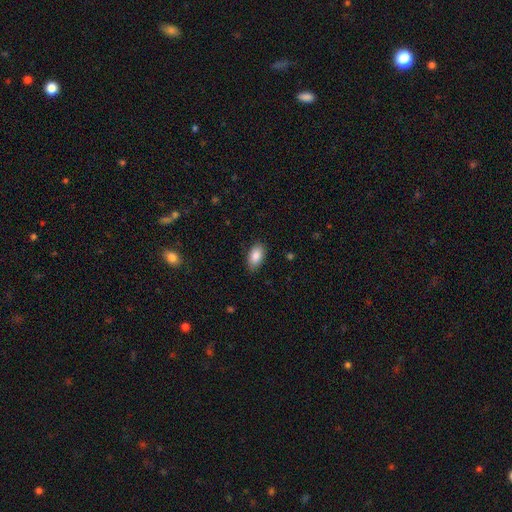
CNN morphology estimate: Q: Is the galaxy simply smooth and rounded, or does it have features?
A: smooth — 86%.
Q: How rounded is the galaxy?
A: in between — 93%.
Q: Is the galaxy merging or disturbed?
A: none — 85%.